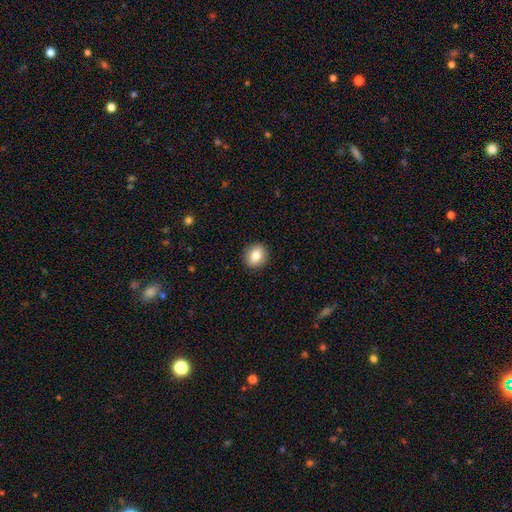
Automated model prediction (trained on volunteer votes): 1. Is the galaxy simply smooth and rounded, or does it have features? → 80% smooth, 12% featured or disk, 9% star or artifact.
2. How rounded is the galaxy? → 66% round, 33% in between, 1% cigar-shaped.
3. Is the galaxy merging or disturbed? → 91% none, 7% minor disturbance, 2% major disturbance, 1% merger.